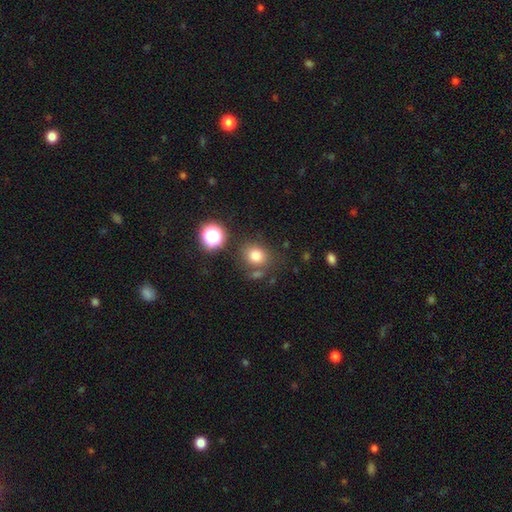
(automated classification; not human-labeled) Smooth or featured? Predicted: smooth (p=0.79). How rounded? Predicted: round (p=0.70). Merging? Predicted: none (p=0.72).